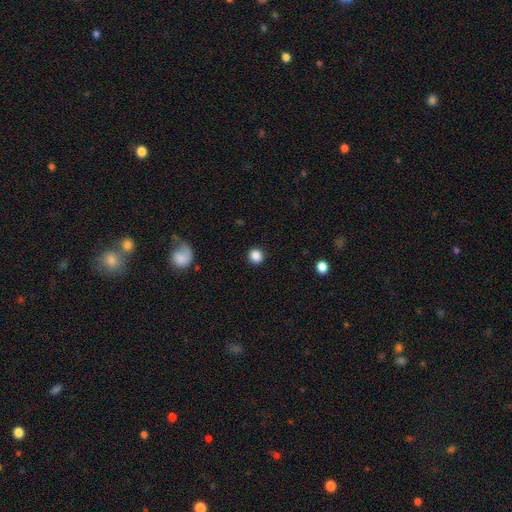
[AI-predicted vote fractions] Overall: smooth (87%). How rounded: round (91%). Merging: none (91%).